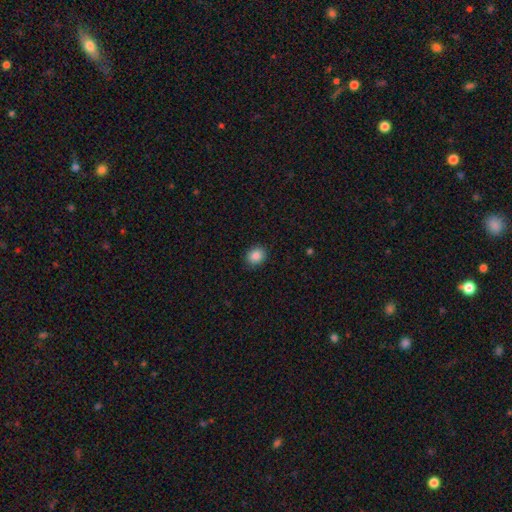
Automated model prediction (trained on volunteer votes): This appears to be a smooth galaxy with no disk features (87%) that is round (68%). Merging: none (89%).